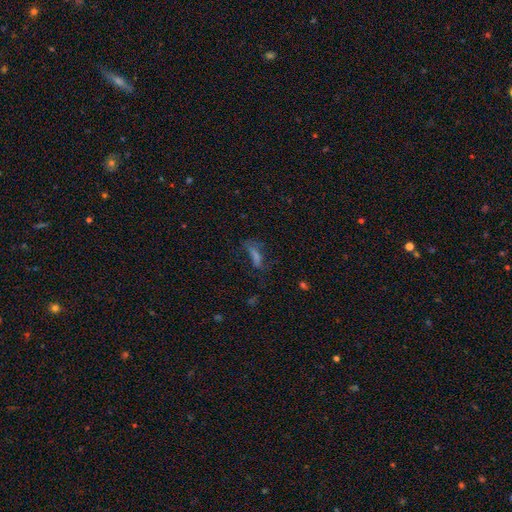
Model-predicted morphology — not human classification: This is possibly a smooth galaxy (47%). Merging: possibly none (45%).